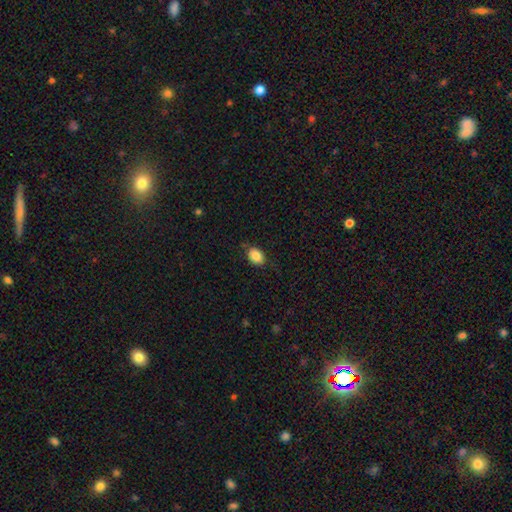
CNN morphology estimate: Q: Smooth or featured?
A: smooth (87%); runner-up: star or artifact (8%)
Q: How rounded?
A: in between (78%); runner-up: round (21%)
Q: Merging?
A: none (80%); runner-up: minor disturbance (16%)